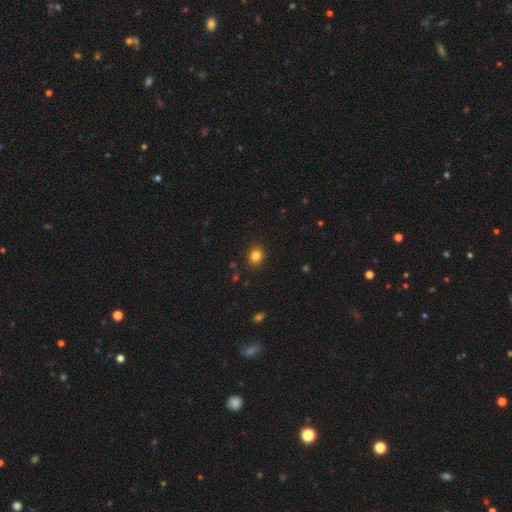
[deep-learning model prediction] A smooth galaxy with no disk features (82%) that is round (75%). Merging: none (90%).